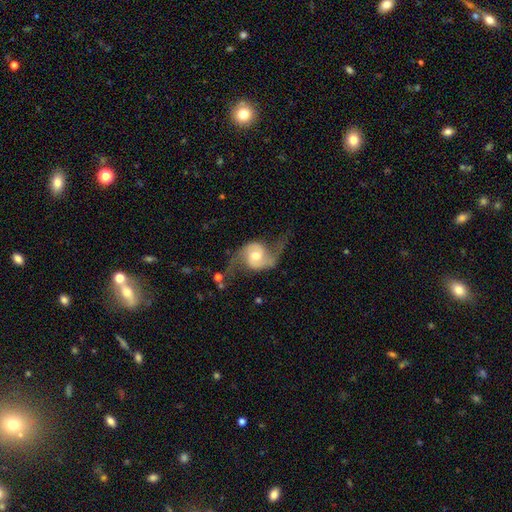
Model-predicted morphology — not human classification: Smooth or featured? featured or disk (87%)
Edge-on disk? no (97%)
Bar? no (61%)
Spiral arms? yes (96%)
Spiral winding? loose (63%)
Spiral arm count? 2 (93%)
Bulge size? moderate (67%)
Merging? none (63%)